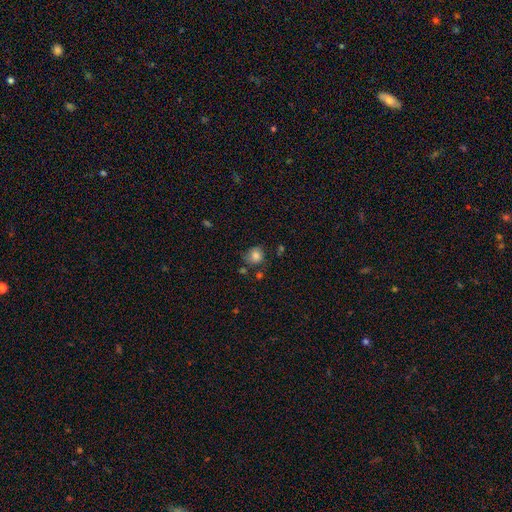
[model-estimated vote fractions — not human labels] Smooth or featured?
  - smooth: 82% *
  - star or artifact: 11%
  - featured or disk: 8%
How rounded?
  - round: 81% *
  - in between: 18%
  - cigar-shaped: 1%
Merging?
  - none: 63% *
  - minor disturbance: 23%
  - major disturbance: 7%
  - merger: 7%